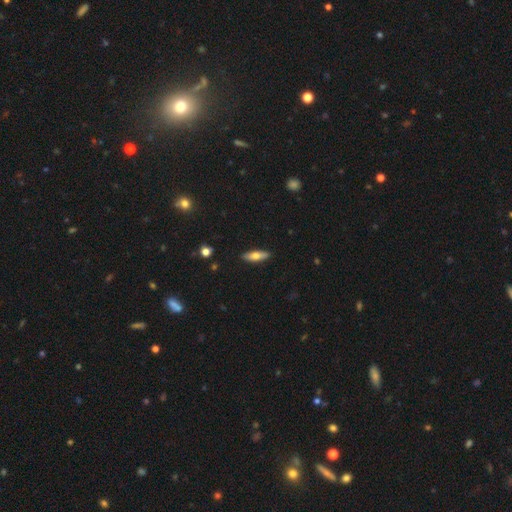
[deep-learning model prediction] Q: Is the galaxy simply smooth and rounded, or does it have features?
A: smooth — 65%.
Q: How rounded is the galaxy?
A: cigar-shaped — 51%.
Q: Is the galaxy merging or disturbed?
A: none — 89%.